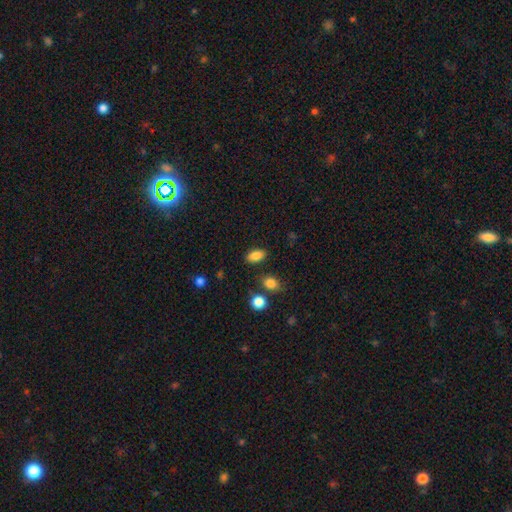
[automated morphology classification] Smooth or featured? smooth (86%)
How rounded? in between (89%)
Merging? none (84%)